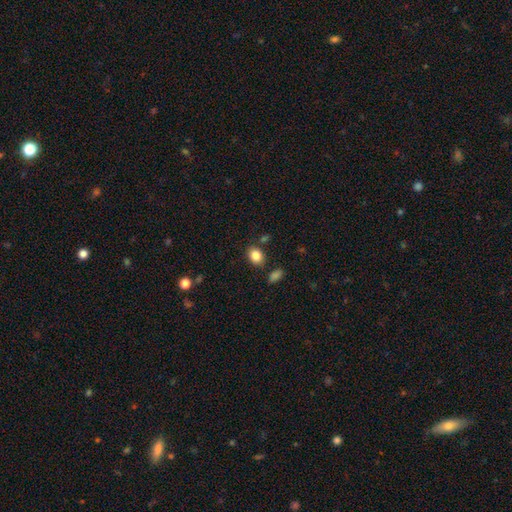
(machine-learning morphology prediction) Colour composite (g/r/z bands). It shows a smooth galaxy with no disk features (86%) that is in between round and cigar-shaped (63%). Merging: none (80%).